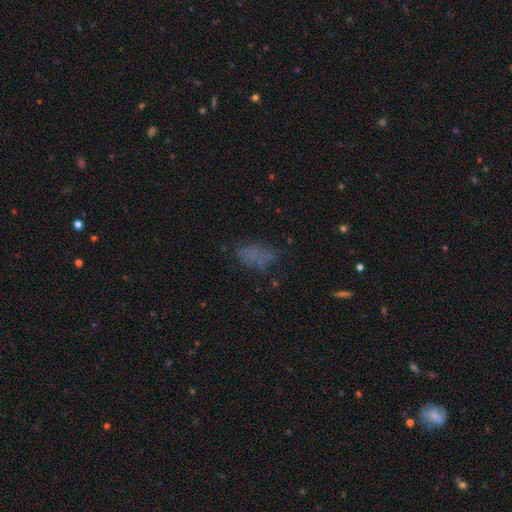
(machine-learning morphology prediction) Smooth or featured? smooth (55%)
How rounded? in between (85%)
Merging? none (57%)